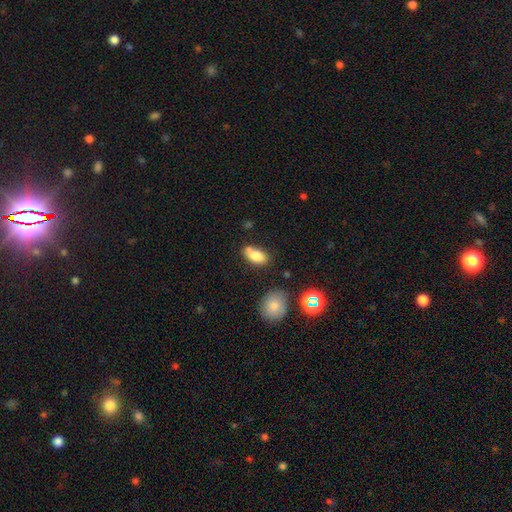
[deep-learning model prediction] This is likely a smooth galaxy (80%). How rounded: clearly in between (89%). Merging: possibly none (57%).